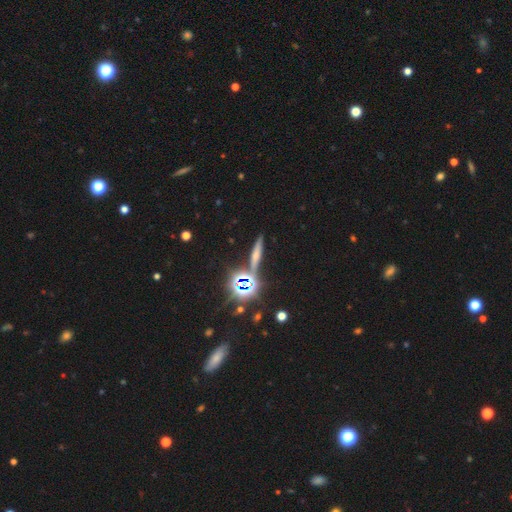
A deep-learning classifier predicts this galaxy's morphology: The model was most divided on "smooth or featured": smooth: 42%, star or artifact: 30%, featured or disk: 28%. More confident: merging — none (82%).